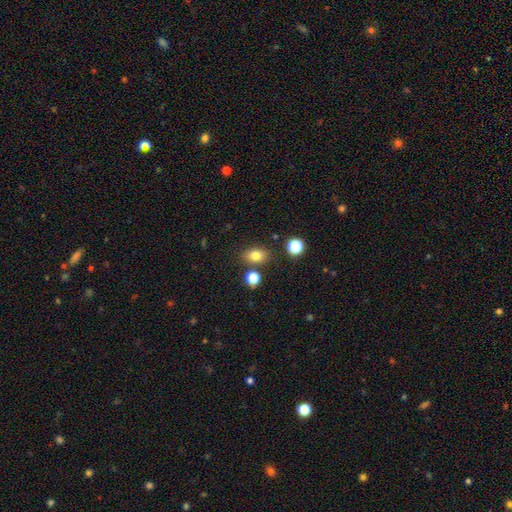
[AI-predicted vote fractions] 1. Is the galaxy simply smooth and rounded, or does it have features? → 79% smooth, 13% star or artifact, 8% featured or disk.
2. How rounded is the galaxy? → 71% in between, 28% round, 2% cigar-shaped.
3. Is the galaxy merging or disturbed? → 79% none, 11% minor disturbance, 7% merger, 3% major disturbance.